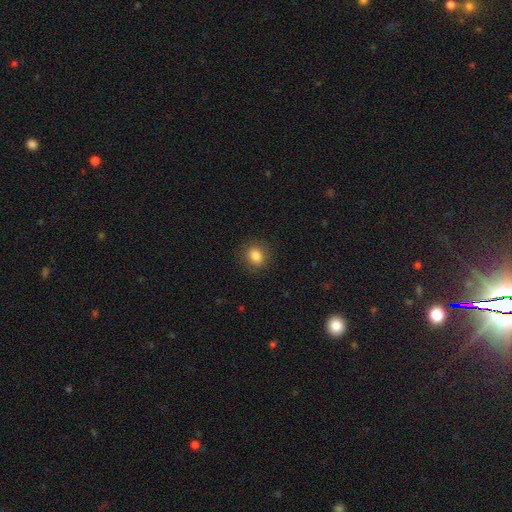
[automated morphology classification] smooth-or-featured: smooth: 85% | star or artifact: 10% | featured or disk: 5%
  how-rounded: round: 68% | in between: 31% | cigar-shaped: 1%
  merging: none: 89% | minor disturbance: 8% | major disturbance: 3% | merger: 1%